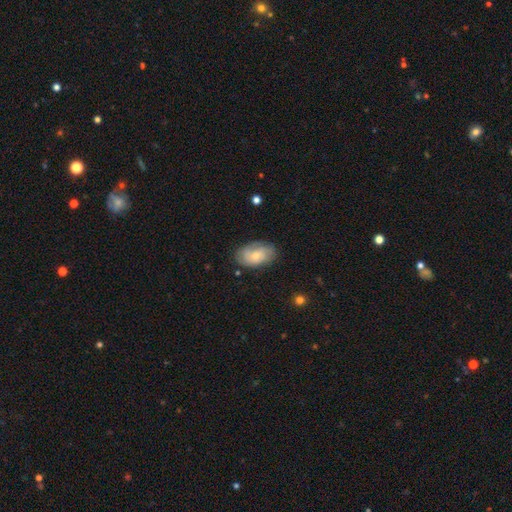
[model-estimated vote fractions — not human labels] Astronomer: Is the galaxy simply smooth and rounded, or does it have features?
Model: smooth — 52% (runner-up: featured or disk, 41%).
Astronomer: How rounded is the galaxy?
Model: in between — 91%.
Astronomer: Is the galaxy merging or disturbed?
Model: none — 72%.